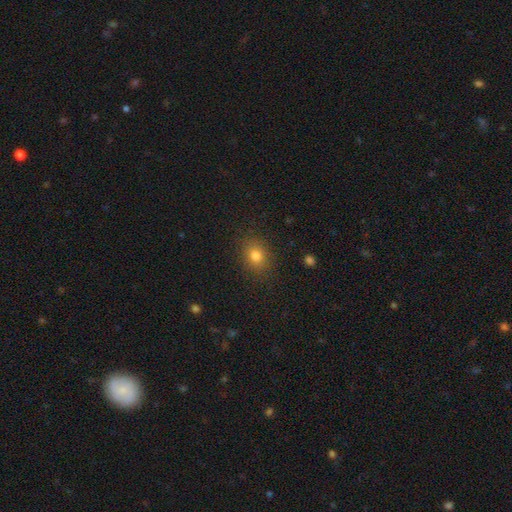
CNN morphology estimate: smooth 80%, star or artifact 12%, featured or disk 7%. Down the decision tree: how rounded — round (54%); merging — none (87%).